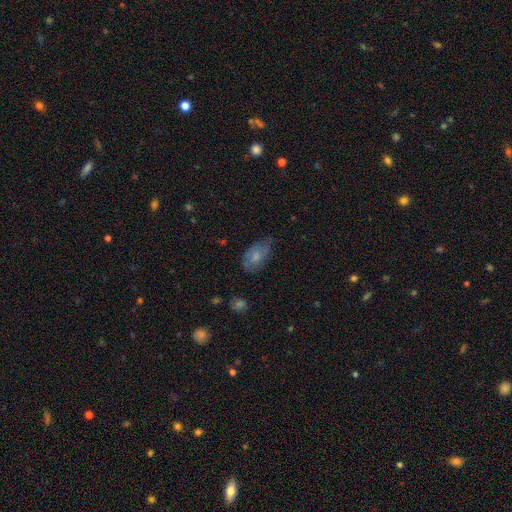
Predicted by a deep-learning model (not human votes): Smooth or featured? smooth (68%)
How rounded? in between (92%)
Merging? none (59%)